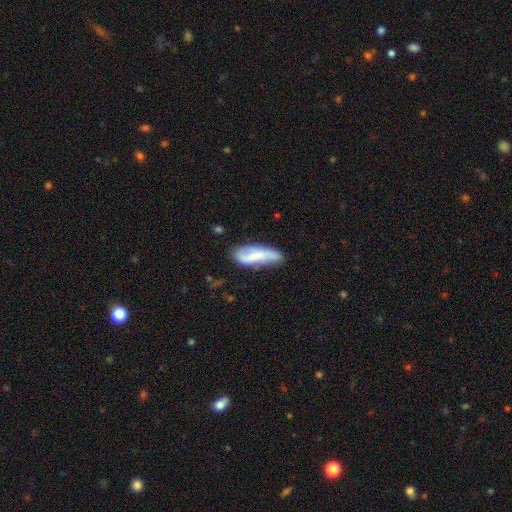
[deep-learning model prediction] Overall: smooth (52%; featured or disk 41%). How rounded: in between (59%; cigar-shaped 39%). Merging: none (59%; minor disturbance 29%).